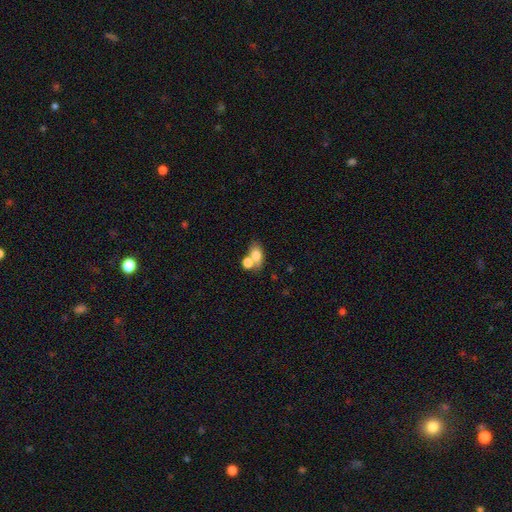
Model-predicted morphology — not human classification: smooth-or-featured: smooth: 74% | featured or disk: 16% | star or artifact: 10%
  how-rounded: in between: 75% | round: 22% | cigar-shaped: 3%
  merging: merger: 46% | none: 39% | minor disturbance: 10% | major disturbance: 5%